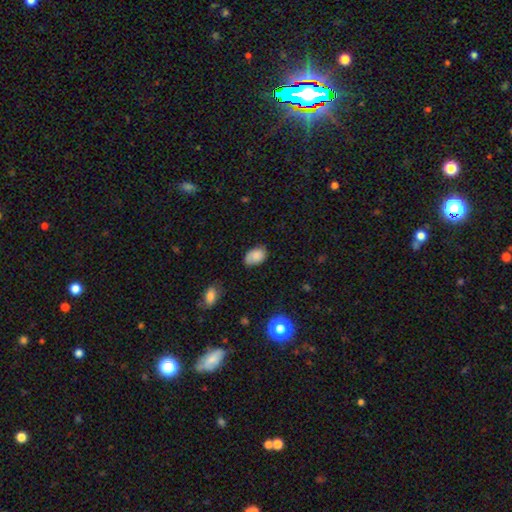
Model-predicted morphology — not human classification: Smooth or featured? Predicted: smooth (p=0.79). How rounded? Predicted: in between (p=0.85). Merging? Predicted: none (p=0.63).